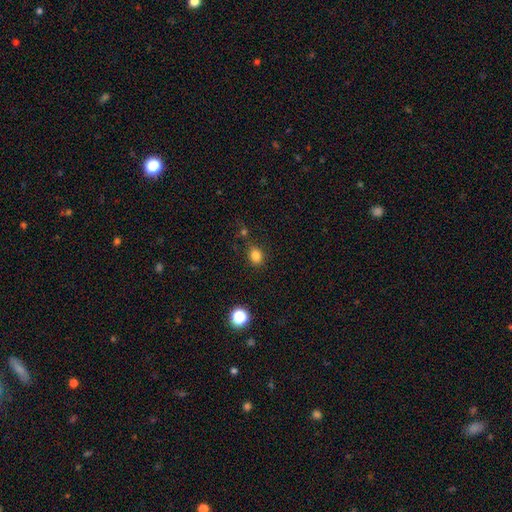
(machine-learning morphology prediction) Smooth or featured? Predicted: smooth (p=0.82). How rounded? Predicted: in between (p=0.53). Merging? Predicted: none (p=0.77).